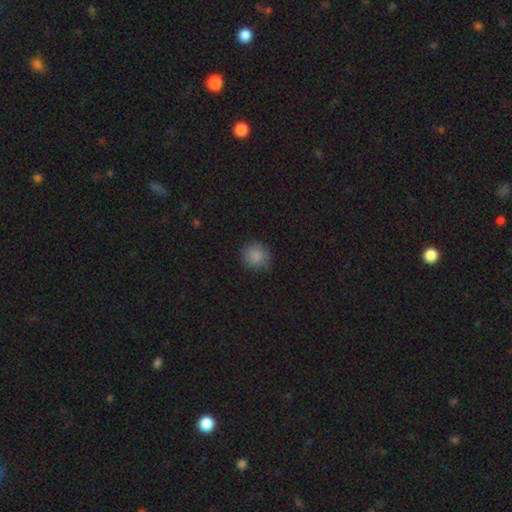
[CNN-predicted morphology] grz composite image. It shows a smooth galaxy with no disk features (85%) that is round (87%). Merging: none (83%).